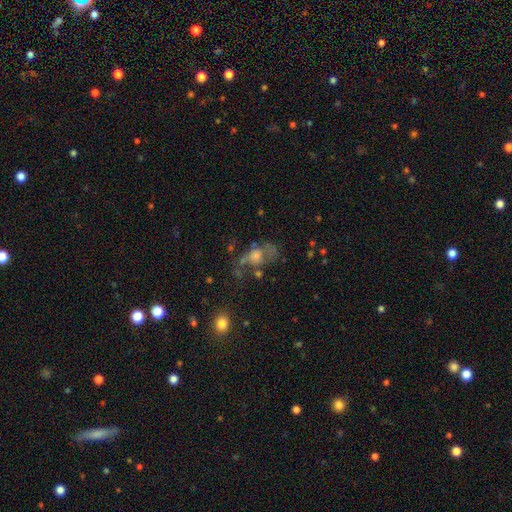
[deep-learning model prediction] featured or disk 48%, smooth 32%, star or artifact 20%. Down the decision tree: merging — major disturbance (37%).